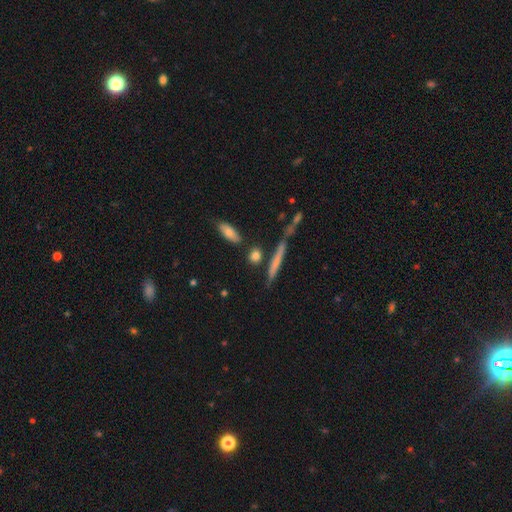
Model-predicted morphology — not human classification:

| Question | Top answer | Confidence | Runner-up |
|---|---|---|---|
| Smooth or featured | smooth | 74% | featured or disk (17%) |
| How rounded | cigar-shaped | 48% | round (28%) |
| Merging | none | 75% | minor disturbance (12%) |